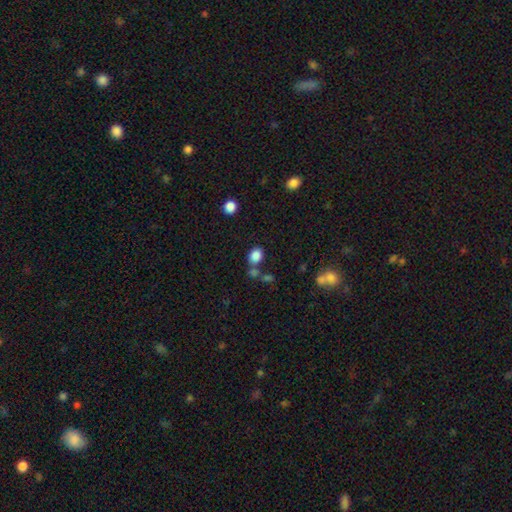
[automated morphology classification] A smooth galaxy with no disk features (85%) that is in between round and cigar-shaped (56%).

Vote fractions:
- Smooth or featured? smooth: 85% / star or artifact: 10% / featured or disk: 5%
- How rounded? in between: 56% / round: 43% / cigar-shaped: 1%
- Merging? none: 65% / merger: 18% / minor disturbance: 13% / major disturbance: 5%